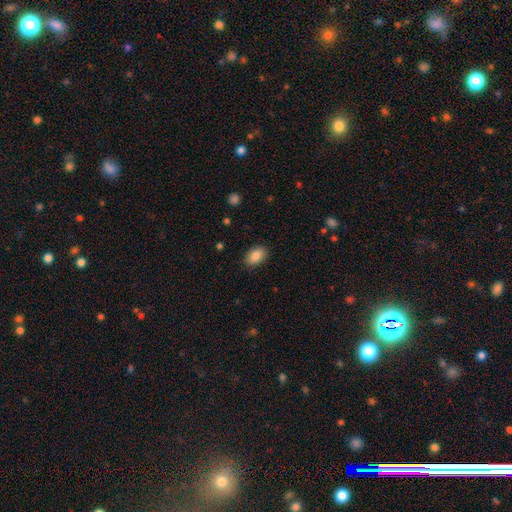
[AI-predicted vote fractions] A smooth galaxy with no disk features (87%) that is in between round and cigar-shaped (88%). Merging: none (88%).